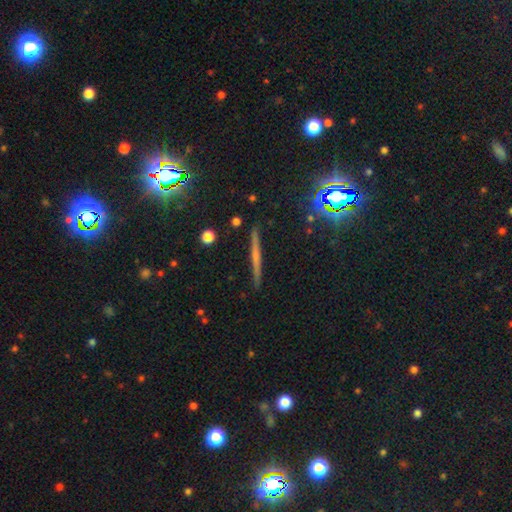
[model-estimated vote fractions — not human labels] Morphology: type=featured or disk (53%); edge-on=yes (97%); edge-on bulge=none (64%); merging=none (90%).